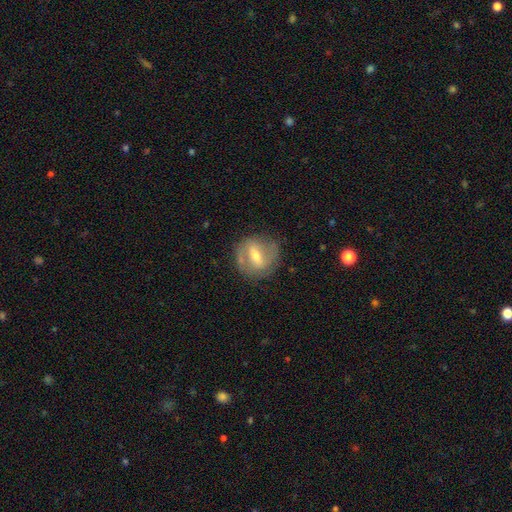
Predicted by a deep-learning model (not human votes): Q: Smooth or featured?
A: featured or disk (67%); runner-up: smooth (26%)
Q: Edge-on disk?
A: no (92%); runner-up: yes (8%)
Q: Bar?
A: strong (49%); runner-up: weak (37%)
Q: Spiral arms?
A: yes (66%); runner-up: no (34%)
Q: Bulge size?
A: moderate (56%); runner-up: small (37%)
Q: Merging?
A: none (73%); runner-up: minor disturbance (17%)